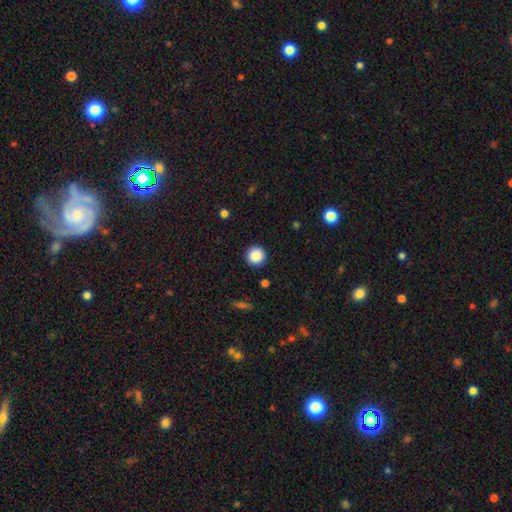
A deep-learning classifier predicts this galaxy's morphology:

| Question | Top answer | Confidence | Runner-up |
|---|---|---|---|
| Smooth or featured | smooth | 87% | star or artifact (9%) |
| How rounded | round | 96% | in between (3%) |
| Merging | none | 91% | minor disturbance (5%) |